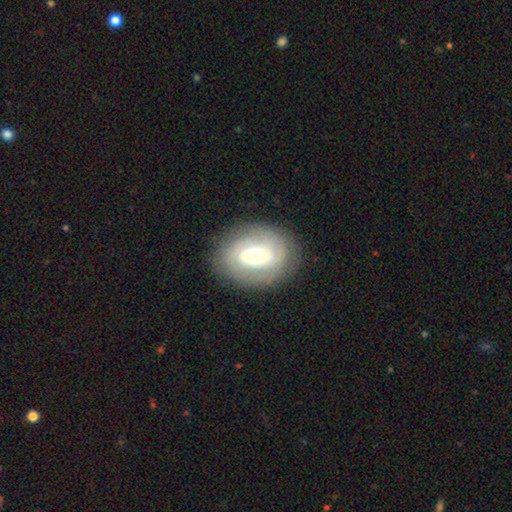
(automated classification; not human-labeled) smooth-or-featured: featured or disk: 64% | smooth: 29% | star or artifact: 7%
  disk-edge-on: no: 96% | yes: 4%
    bar: no: 58% | weak: 30% | strong: 12%
    has-spiral-arms: yes: 74% | no: 26%
    bulge-size: moderate: 66% | small: 23% | large: 8% | dominant: 1% | none: 1%
  merging: none: 82% | minor disturbance: 12% | major disturbance: 5% | merger: 1%